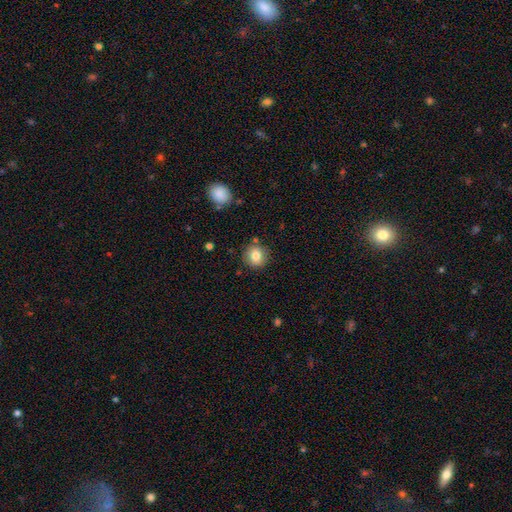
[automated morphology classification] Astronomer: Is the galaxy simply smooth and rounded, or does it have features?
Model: smooth — 82%.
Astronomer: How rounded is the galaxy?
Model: round — 85%.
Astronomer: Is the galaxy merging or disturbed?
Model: none — 84%.